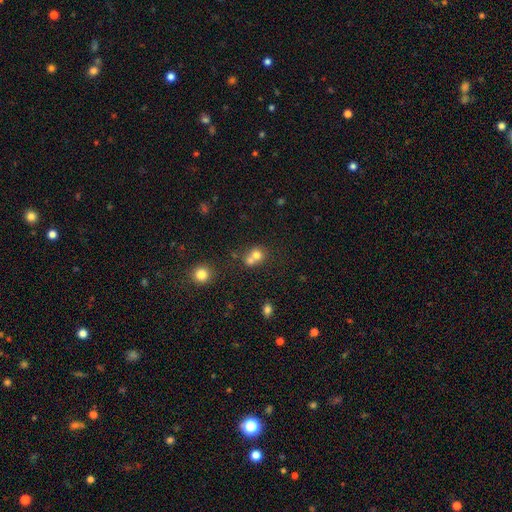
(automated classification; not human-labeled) Smooth or featured? smooth (73%)
How rounded? round (78%)
Merging? merger (54%)